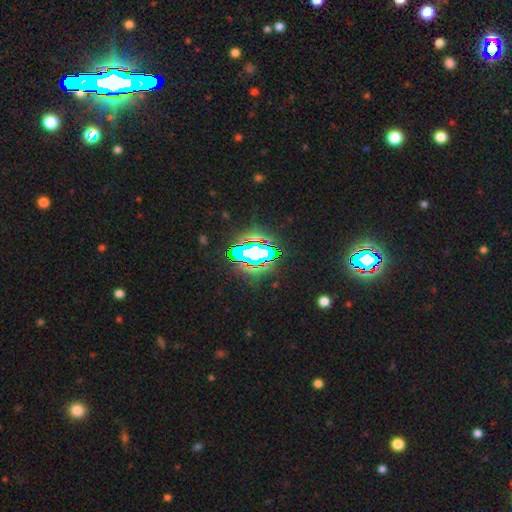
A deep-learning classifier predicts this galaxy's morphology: smooth-or-featured: star or artifact: 75% | smooth: 14% | featured or disk: 11%